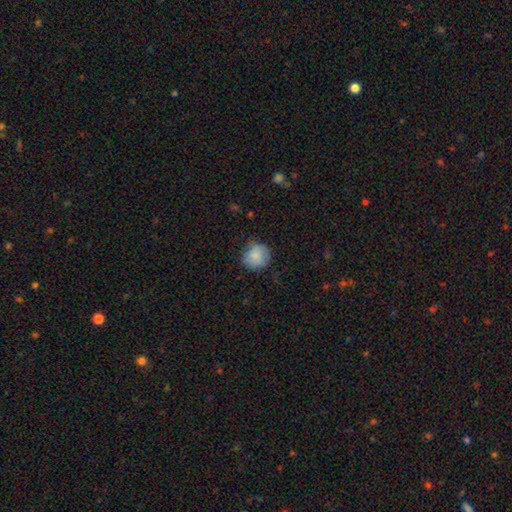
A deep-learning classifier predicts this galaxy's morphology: Smooth or featured? Predicted: smooth (p=0.81). How rounded? Predicted: round (p=0.86). Merging? Predicted: none (p=0.71).